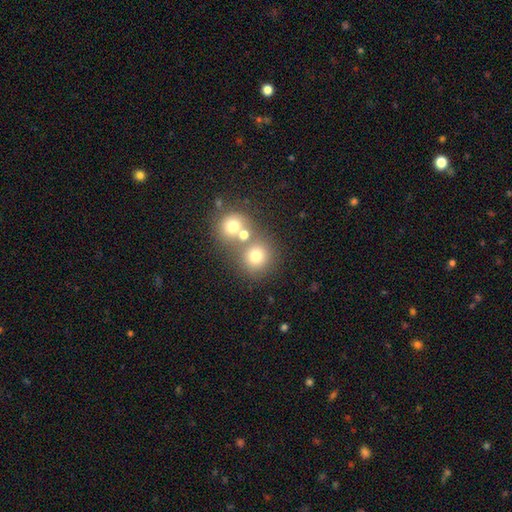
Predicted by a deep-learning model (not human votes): This appears to be a smooth galaxy with no disk features (72%) that is round (87%). Merging: none (52%).